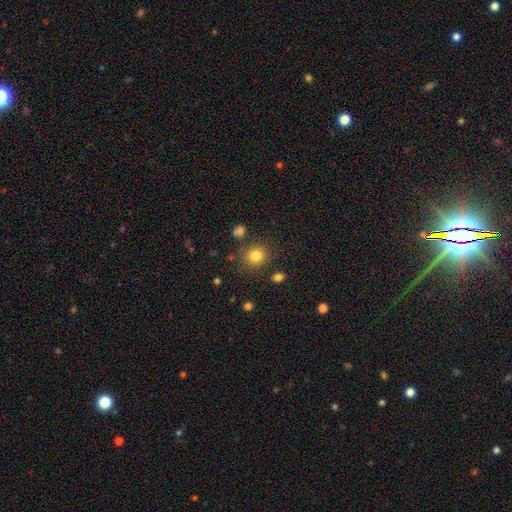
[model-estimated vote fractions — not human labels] A smooth galaxy with no disk features (81%) that is round (83%).

Vote fractions:
- Smooth or featured? smooth: 81% / star or artifact: 12% / featured or disk: 6%
- How rounded? round: 83% / in between: 16% / cigar-shaped: 1%
- Merging? none: 82% / minor disturbance: 10% / merger: 5% / major disturbance: 4%